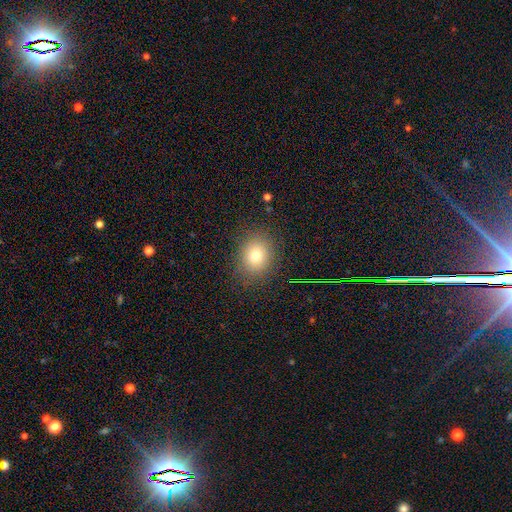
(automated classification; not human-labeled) A smooth galaxy with no disk features (76%) that is round (62%). Merging: none (86%).